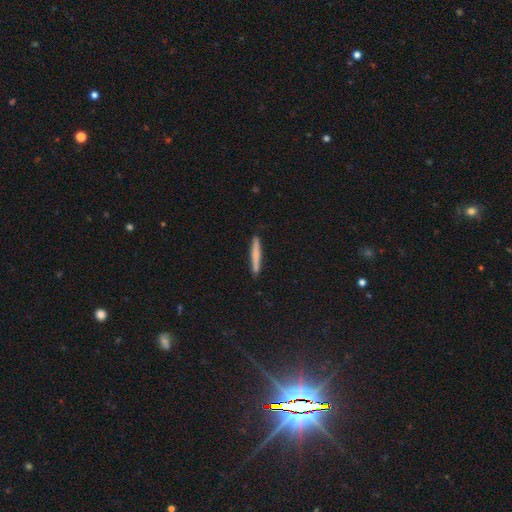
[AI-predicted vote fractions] smooth_or_featured: smooth (p=0.64) [alt: featured or disk p=0.26]
how_rounded: cigar-shaped (p=0.96) [alt: in between p=0.03]
merging: none (p=0.88) [alt: minor disturbance p=0.09]